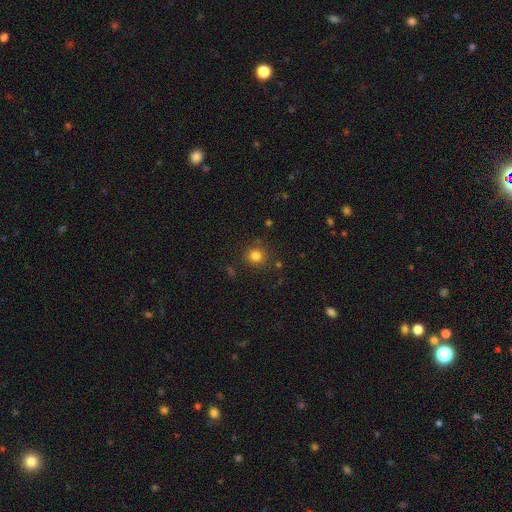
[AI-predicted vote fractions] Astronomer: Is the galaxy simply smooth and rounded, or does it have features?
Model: smooth — 81%.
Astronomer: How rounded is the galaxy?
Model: round — 88%.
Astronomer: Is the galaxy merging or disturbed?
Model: none — 85%.